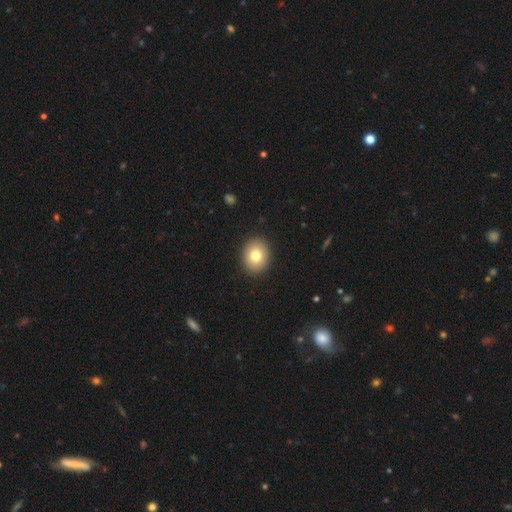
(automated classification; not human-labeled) Smooth or featured? Predicted: smooth (p=0.80). How rounded? Predicted: round (p=0.59). Merging? Predicted: none (p=0.91).